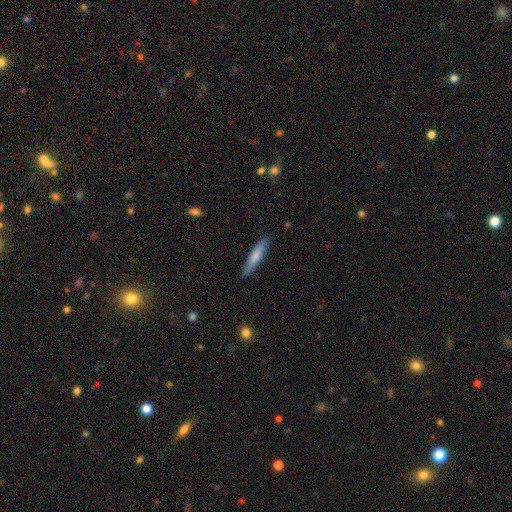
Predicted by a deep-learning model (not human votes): A smooth galaxy with no disk features (68%) that is cigar-shaped (88%). Merging: none (87%).